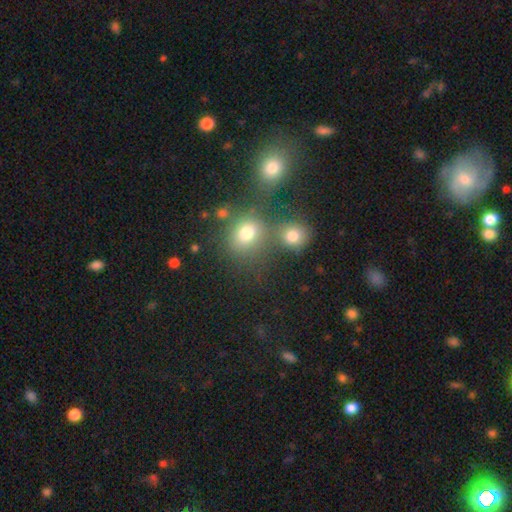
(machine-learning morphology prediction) Smooth or featured? Predicted: smooth (p=0.55). How rounded? Predicted: round (p=0.81). Merging? Predicted: none (p=0.65).